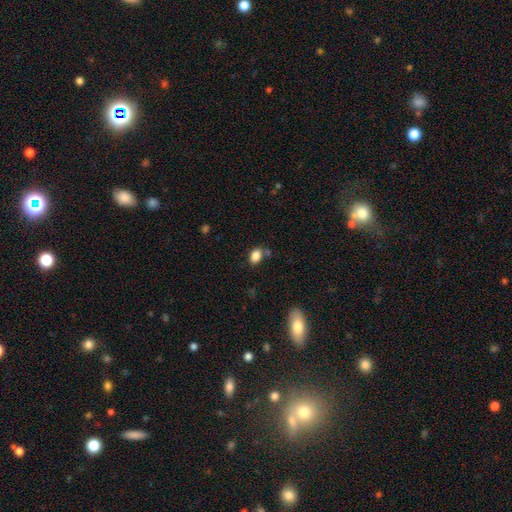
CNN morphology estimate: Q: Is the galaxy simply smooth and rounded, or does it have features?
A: smooth — 85%.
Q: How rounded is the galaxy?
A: in between — 76%.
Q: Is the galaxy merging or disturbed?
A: none — 69%.